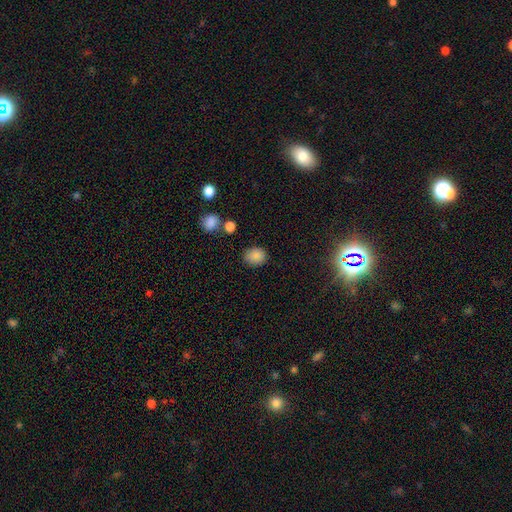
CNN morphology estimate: The model was most divided on "how rounded": round: 61%, in between: 38%, cigar-shaped: 1%. More confident: smooth or featured — smooth (85%); merging — none (79%).